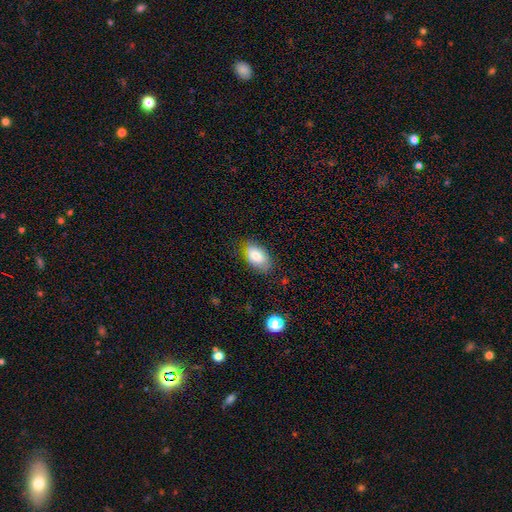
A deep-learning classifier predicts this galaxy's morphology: smooth_or_featured: smooth (p=0.82) [alt: featured or disk p=0.11]
how_rounded: in between (p=0.91) [alt: round p=0.07]
merging: none (p=0.77) [alt: minor disturbance p=0.18]